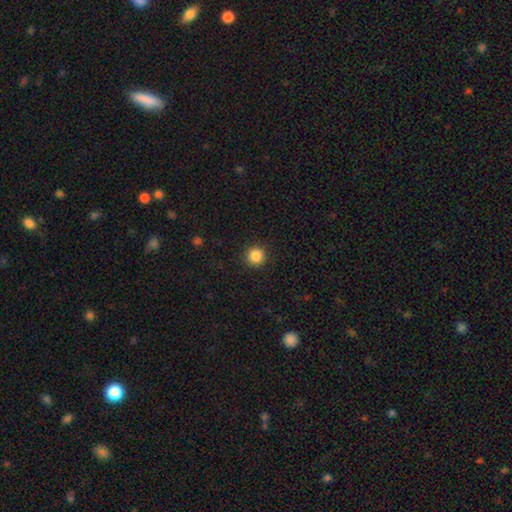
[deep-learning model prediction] This is clearly a smooth galaxy (86%). How rounded: clearly round (94%). Merging: clearly none (91%).